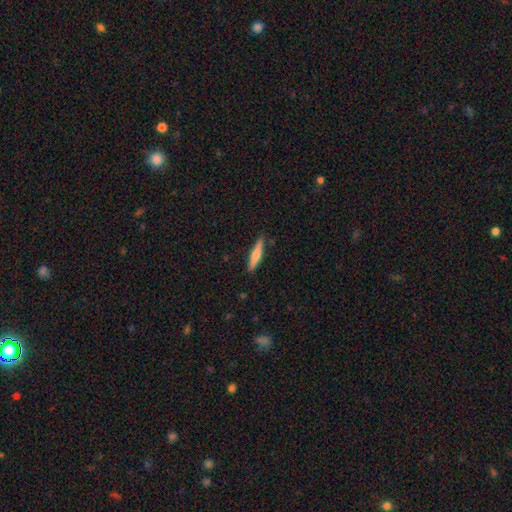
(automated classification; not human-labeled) The model was most divided on "smooth or featured": smooth: 64%, featured or disk: 30%, star or artifact: 6%. More confident: merging — none (87%); how rounded — cigar-shaped (87%).